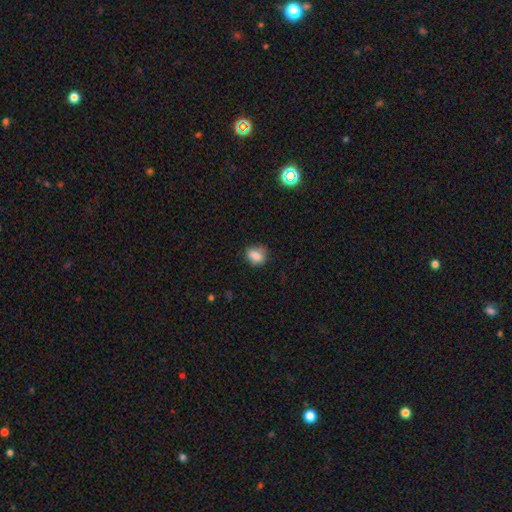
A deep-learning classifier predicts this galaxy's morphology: Q: Smooth or featured?
A: smooth (83%); runner-up: star or artifact (10%)
Q: How rounded?
A: in between (54%); runner-up: round (44%)
Q: Merging?
A: none (71%); runner-up: minor disturbance (22%)